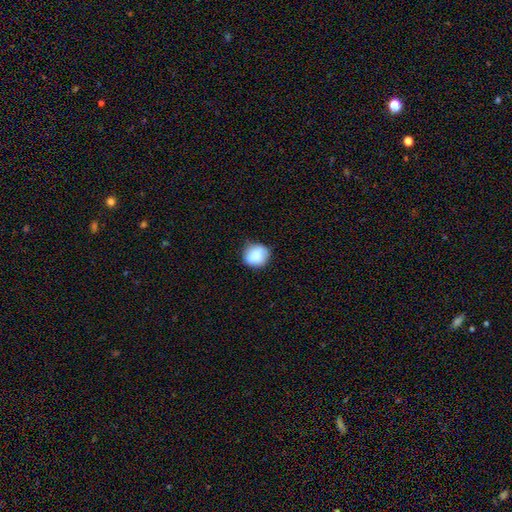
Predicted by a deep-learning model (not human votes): A smooth galaxy with no disk features (83%) that is round (80%). Merging: none (73%).